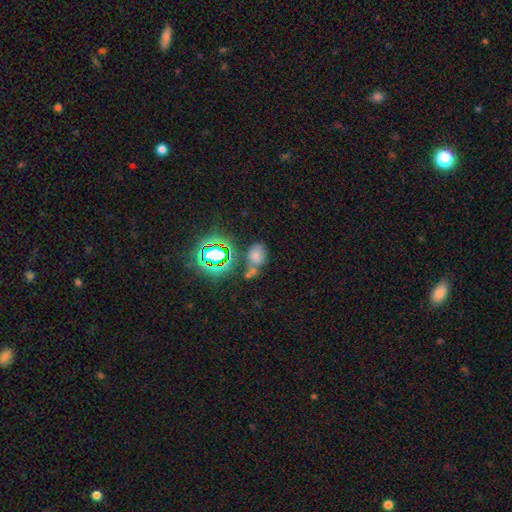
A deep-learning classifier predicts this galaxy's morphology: A smooth galaxy with no disk features (55%) that is in between round and cigar-shaped (71%). Merging: none (44%).